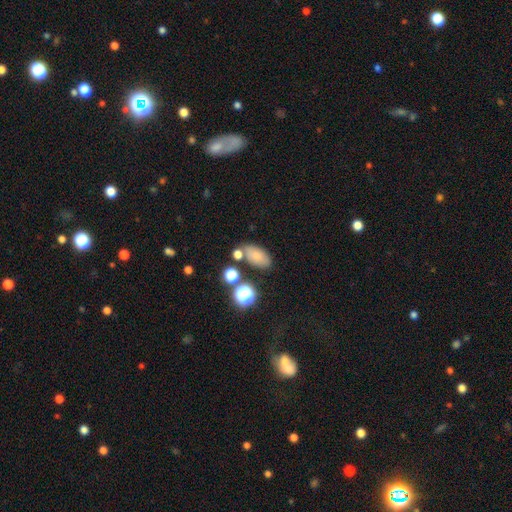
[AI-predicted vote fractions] This appears to be a smooth galaxy with no disk features (75%) that is in between round and cigar-shaped (88%). Merging: none (67%).